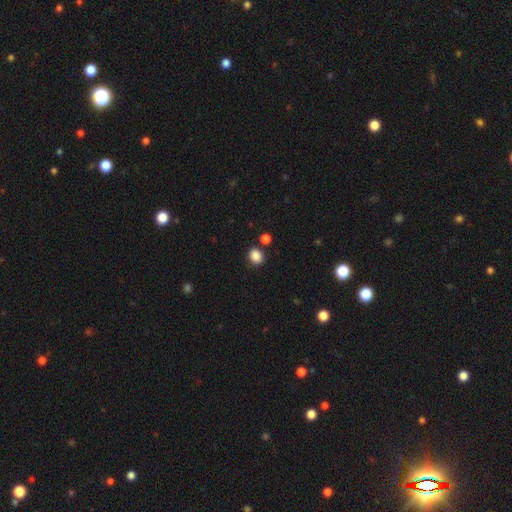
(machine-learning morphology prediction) Smooth or featured?
  - smooth: 87% *
  - star or artifact: 10%
  - featured or disk: 3%
How rounded?
  - round: 60% *
  - in between: 39%
  - cigar-shaped: 1%
Merging?
  - none: 81% *
  - minor disturbance: 10%
  - merger: 6%
  - major disturbance: 3%